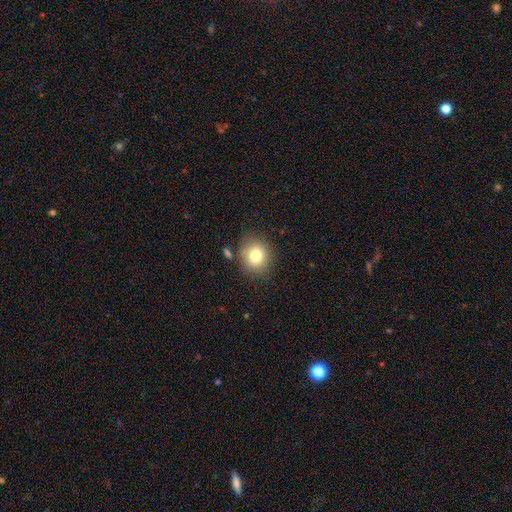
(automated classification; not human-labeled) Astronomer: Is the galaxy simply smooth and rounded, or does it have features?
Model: smooth — 78%.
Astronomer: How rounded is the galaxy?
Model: round — 78%.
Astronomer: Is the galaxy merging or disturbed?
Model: none — 80%.